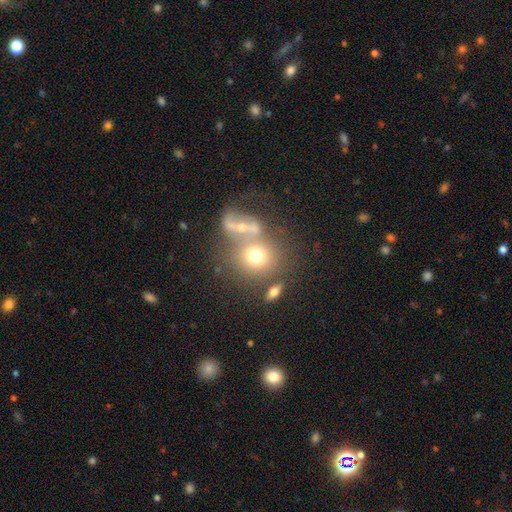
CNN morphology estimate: Smooth or featured: smooth — 66% (featured or disk — 21%)
How rounded: round — 76% (in between — 22%)
Merging: none — 46% (merger — 34%)